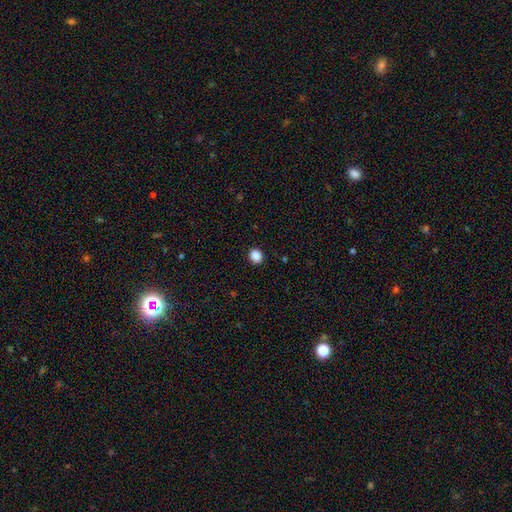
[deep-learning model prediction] Smooth or featured? smooth (88%)
How rounded? round (71%)
Merging? none (91%)